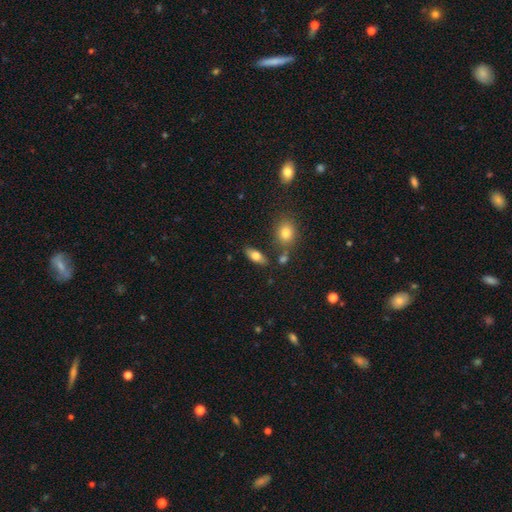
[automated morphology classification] Smooth or featured: smooth — 73% (featured or disk — 19%)
How rounded: in between — 82% (cigar-shaped — 13%)
Merging: none — 76% (minor disturbance — 12%)